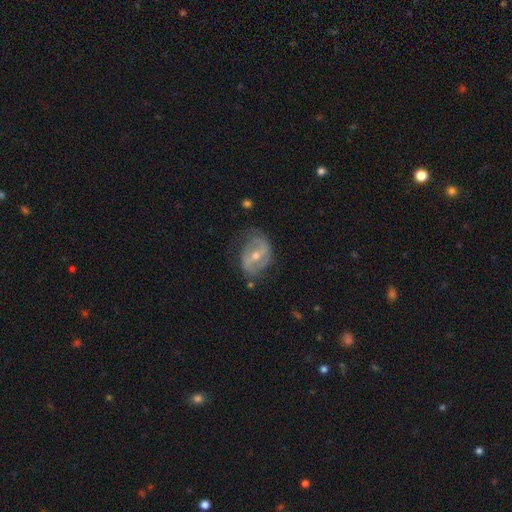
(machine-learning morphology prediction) smooth-or-featured: featured or disk: 77% | smooth: 15% | star or artifact: 7%
  disk-edge-on: no: 95% | yes: 5%
    bar: weak: 41% | strong: 36% | no: 22%
    has-spiral-arms: yes: 80% | no: 20%
      spiral-winding: medium: 43% | tight: 31% | loose: 25%
      spiral-arm-count: 2: 73% | can't tell: 16% | 1: 5% | 3: 3% | 4: 1% | more than 4: 1%
    bulge-size: moderate: 53% | small: 43% | large: 1% | none: 1% | dominant: 1%
  merging: none: 63% | minor disturbance: 24% | major disturbance: 11% | merger: 2%